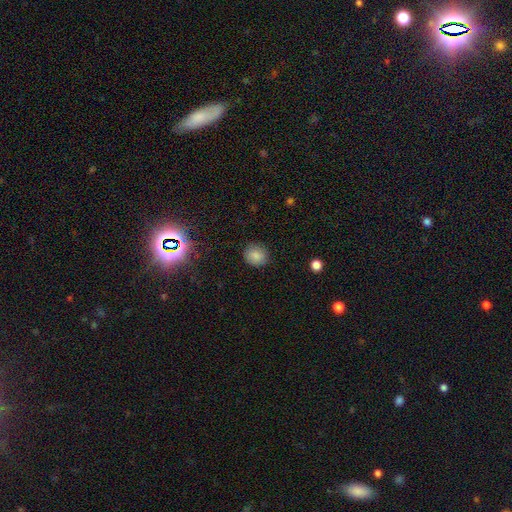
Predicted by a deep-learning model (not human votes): Smooth or featured: smooth — 83% (star or artifact — 12%)
How rounded: round — 81% (in between — 18%)
Merging: none — 87% (minor disturbance — 9%)